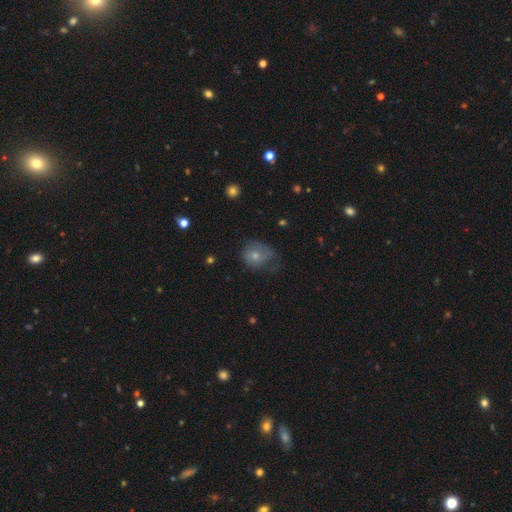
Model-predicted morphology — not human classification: Q: Smooth or featured?
A: smooth (62%); runner-up: featured or disk (28%)
Q: How rounded?
A: round (58%); runner-up: in between (41%)
Q: Merging?
A: minor disturbance (33%); tied with: major disturbance (33%)